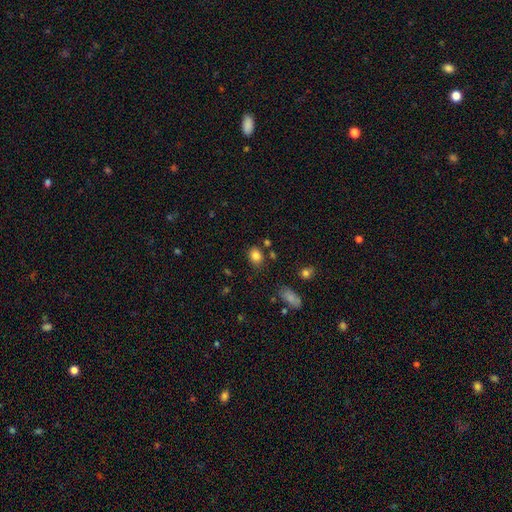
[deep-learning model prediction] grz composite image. It shows a smooth galaxy with no disk features (84%) that is in between round and cigar-shaped (58%). Merging: none (77%).